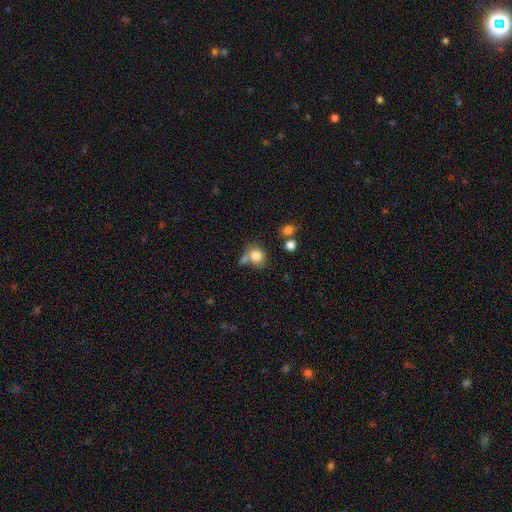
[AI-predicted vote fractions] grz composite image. It shows a smooth galaxy with no disk features (81%) that is round (74%). Merging: none (51%).